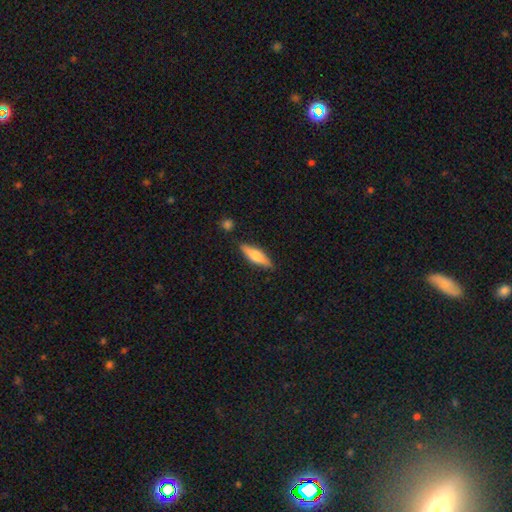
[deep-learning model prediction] Smooth or featured?
  - smooth: 60% *
  - featured or disk: 34%
  - star or artifact: 6%
How rounded?
  - cigar-shaped: 62% *
  - in between: 36%
  - round: 2%
Merging?
  - none: 83% *
  - minor disturbance: 12%
  - merger: 3%
  - major disturbance: 3%